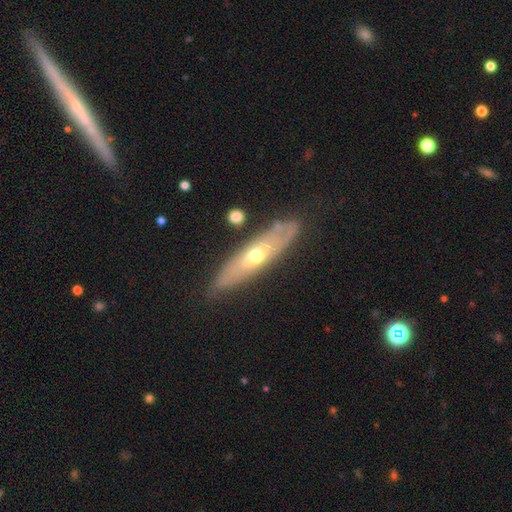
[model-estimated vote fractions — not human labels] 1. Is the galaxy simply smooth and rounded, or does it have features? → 67% featured or disk, 27% smooth, 6% star or artifact.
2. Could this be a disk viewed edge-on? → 54% no, 46% yes.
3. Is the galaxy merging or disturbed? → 79% none, 15% minor disturbance, 4% major disturbance, 2% merger.